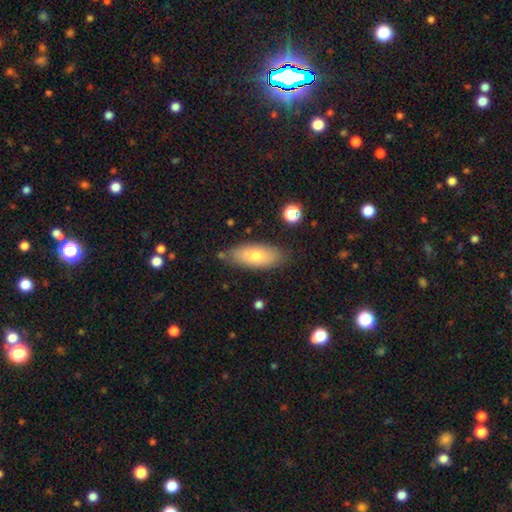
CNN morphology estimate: The model was most divided on "smooth or featured": smooth: 68%, featured or disk: 25%, star or artifact: 7%. More confident: how rounded — in between (80%); merging — none (80%).